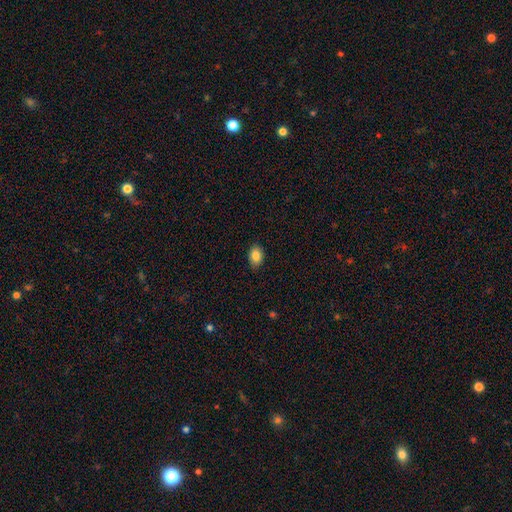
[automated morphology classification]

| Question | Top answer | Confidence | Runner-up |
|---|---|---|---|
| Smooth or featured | smooth | 85% | star or artifact (8%) |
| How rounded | in between | 80% | round (19%) |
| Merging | none | 87% | minor disturbance (10%) |